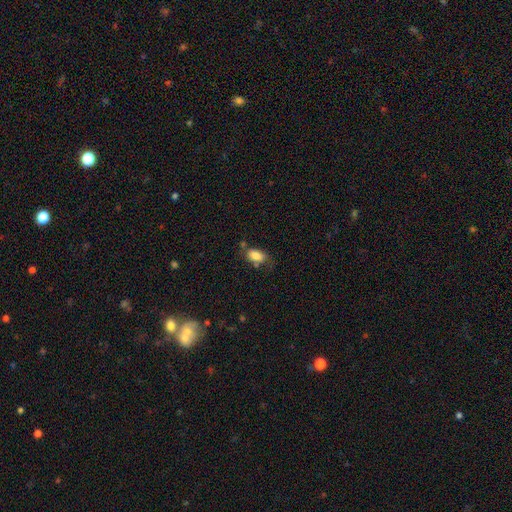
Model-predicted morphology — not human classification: smooth_or_featured: smooth (p=0.82) [alt: featured or disk p=0.10]
how_rounded: in between (p=0.89) [alt: round p=0.07]
merging: none (p=0.52) [alt: minor disturbance p=0.26]